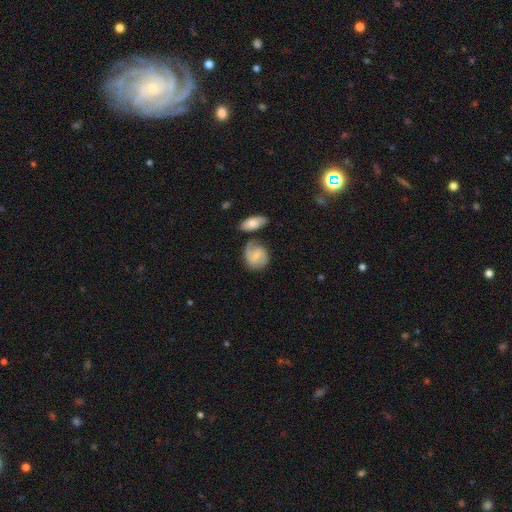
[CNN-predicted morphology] Smooth or featured?
  - featured or disk: 59% *
  - smooth: 35%
  - star or artifact: 6%
Edge-on disk?
  - no: 97% *
  - yes: 3%
Bar?
  - weak: 49% *
  - no: 39%
  - strong: 12%
Spiral arms?
  - yes: 90% *
  - no: 10%
Spiral winding?
  - medium: 46% *
  - tight: 32%
  - loose: 22%
Spiral arm count?
  - 2: 75% *
  - can't tell: 11%
  - 1: 8%
  - 3: 3%
  - 4: 1%
  - more than 4: 1%
Bulge size?
  - small: 60% *
  - moderate: 24%
  - none: 13%
  - large: 2%
  - dominant: 1%
Merging?
  - none: 58% *
  - minor disturbance: 18%
  - merger: 16%
  - major disturbance: 7%